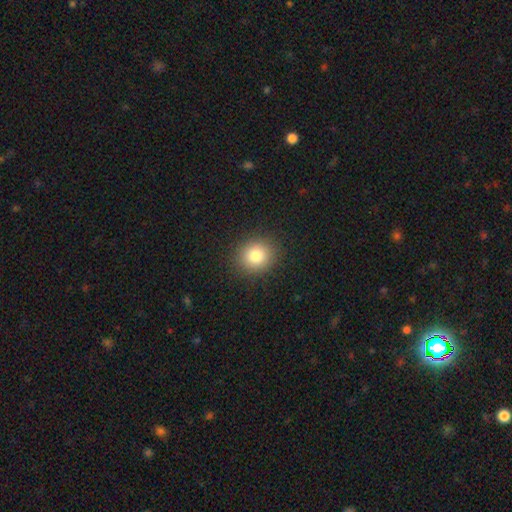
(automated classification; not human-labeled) smooth 82%, star or artifact 11%, featured or disk 7%. Down the decision tree: how rounded — round (75%); merging — none (89%).